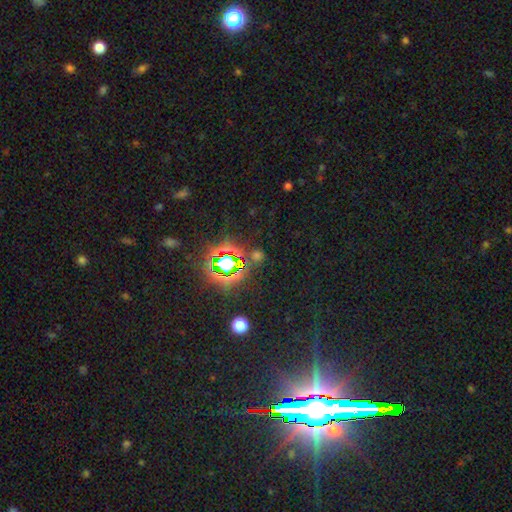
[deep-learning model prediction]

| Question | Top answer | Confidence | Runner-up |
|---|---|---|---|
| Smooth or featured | star or artifact | 76% | smooth (16%) |